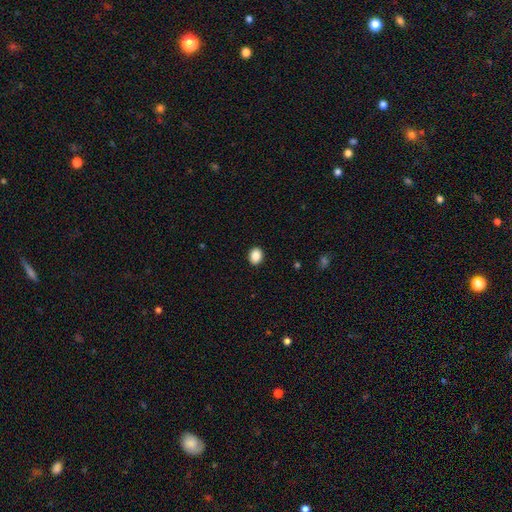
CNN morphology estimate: A smooth galaxy with no disk features (89%) that is in between round and cigar-shaped (51%).

Vote fractions:
- Smooth or featured? smooth: 89% / star or artifact: 8% / featured or disk: 3%
- How rounded? in between: 51% / round: 48% / cigar-shaped: 1%
- Merging? none: 91% / minor disturbance: 6% / major disturbance: 2% / merger: 1%